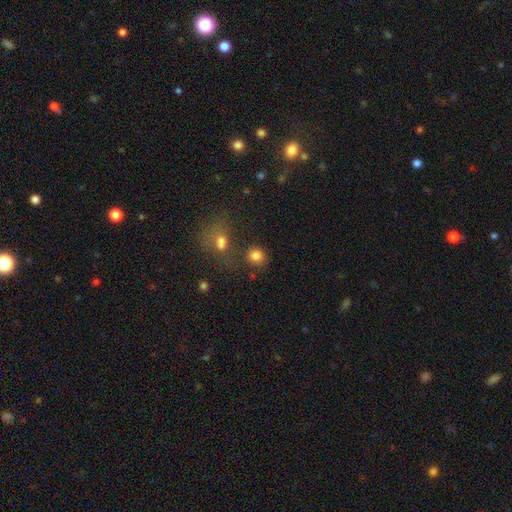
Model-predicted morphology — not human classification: A smooth galaxy with no disk features (81%) that is round (84%). Merging: none (71%).